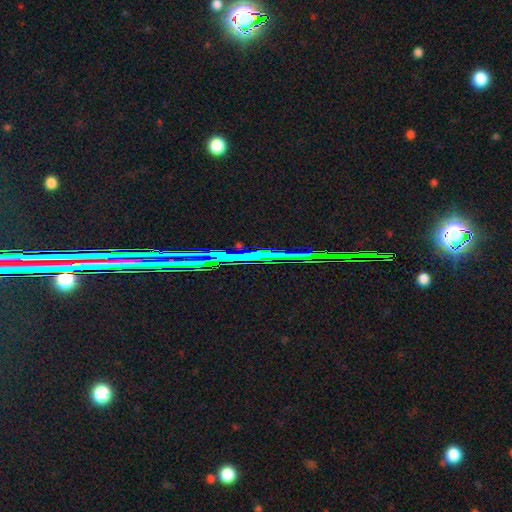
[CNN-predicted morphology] The model was most divided on "smooth or featured": star or artifact: 79%, featured or disk: 13%, smooth: 9%.